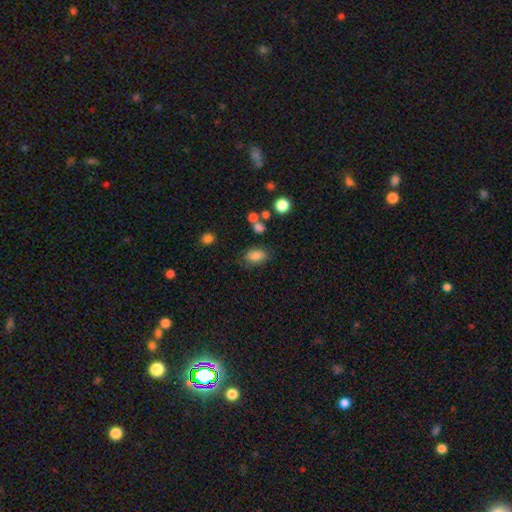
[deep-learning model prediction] Morphology: type=smooth (81%); roundness=in between (83%); merging=none (72%).